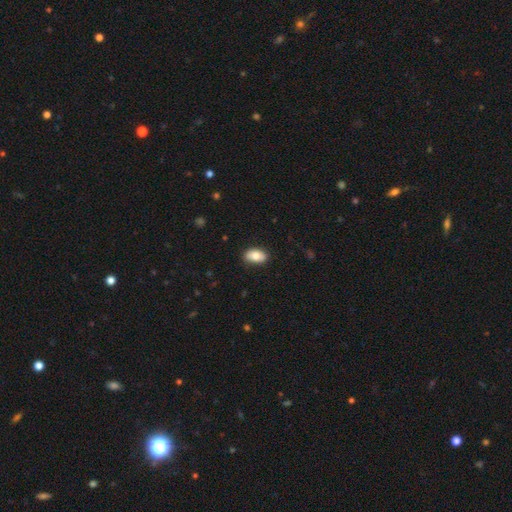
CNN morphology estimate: A smooth galaxy with no disk features (80%) that is in between round and cigar-shaped (91%). Merging: none (84%).